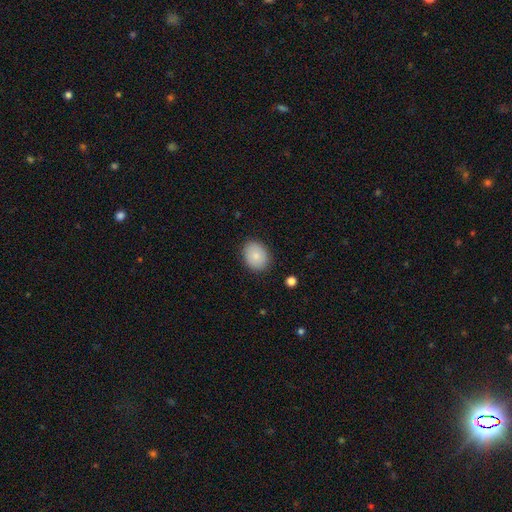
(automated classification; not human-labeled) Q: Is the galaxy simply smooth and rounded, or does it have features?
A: smooth — 85%.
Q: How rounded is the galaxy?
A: in between — 56%.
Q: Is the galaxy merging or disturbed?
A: none — 86%.